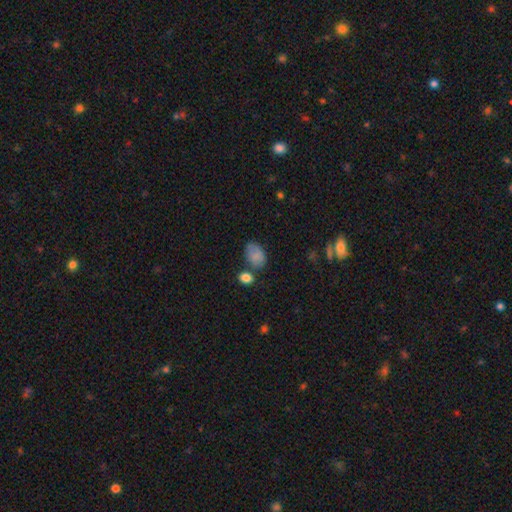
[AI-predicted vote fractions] A smooth galaxy with no disk features (84%) that is in between round and cigar-shaped (87%).

Vote fractions:
- Smooth or featured? smooth: 84% / star or artifact: 9% / featured or disk: 7%
- How rounded? in between: 87% / round: 12% / cigar-shaped: 1%
- Merging? none: 57% / minor disturbance: 23% / merger: 13% / major disturbance: 7%